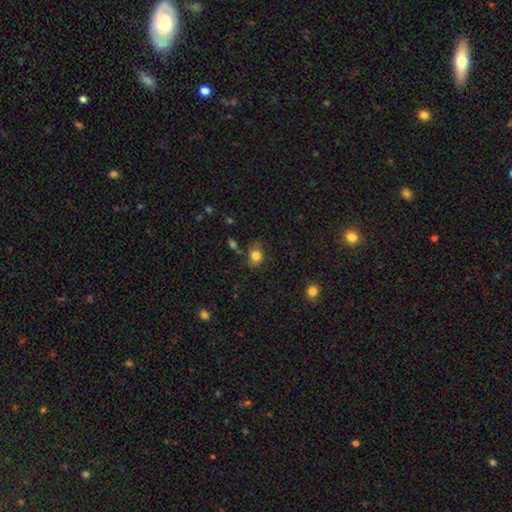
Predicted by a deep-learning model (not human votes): smooth 81%, star or artifact 11%, featured or disk 8%. Down the decision tree: how rounded — round (59%); merging — none (73%).